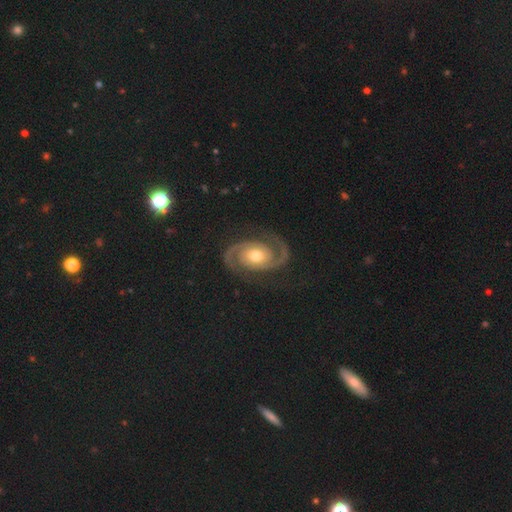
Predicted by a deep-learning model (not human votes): Smooth or featured? featured or disk (92%)
Edge-on disk? no (98%)
Bar? no (70%)
Spiral arms? yes (98%)
Spiral winding? medium (49%)
Spiral arm count? 2 (94%)
Bulge size? moderate (73%)
Merging? none (84%)